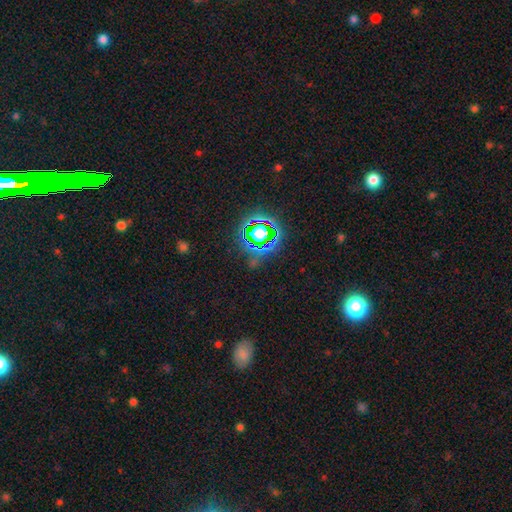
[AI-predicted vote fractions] A star or artifact, not a galaxy (78%).